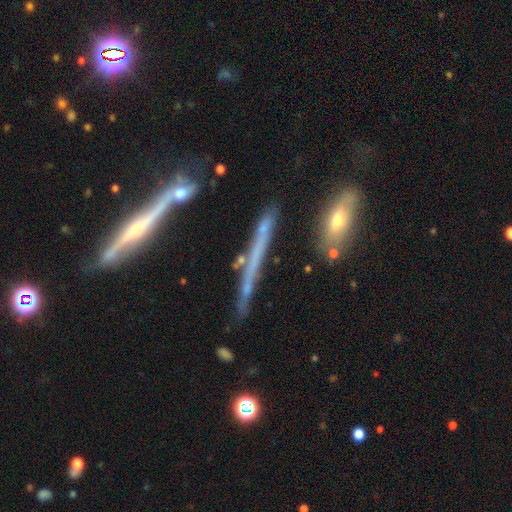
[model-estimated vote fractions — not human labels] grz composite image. It shows a featured or disk galaxy (62%) viewed edge-on (91%) with no central bulge (71%). Merging: none (70%).